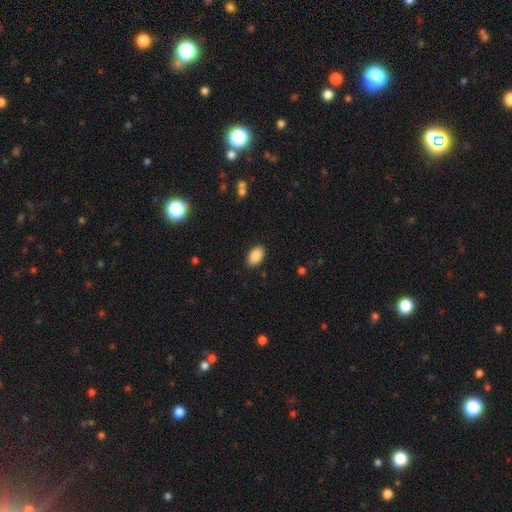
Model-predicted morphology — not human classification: Smooth or featured? Predicted: smooth (p=0.89). How rounded? Predicted: in between (p=0.92). Merging? Predicted: none (p=0.89).